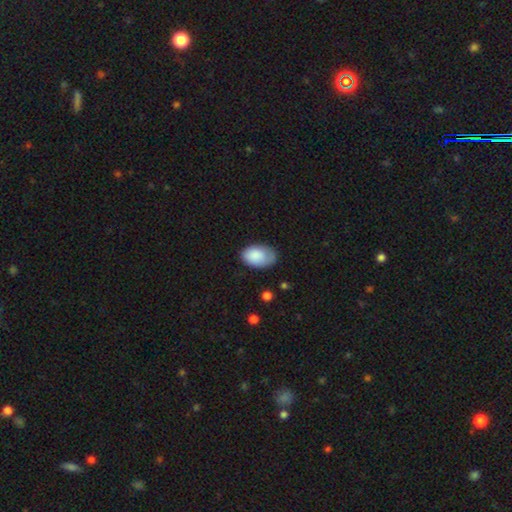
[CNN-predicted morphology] A smooth galaxy with no disk features (86%) that is in between round and cigar-shaped (91%).

Vote fractions:
- Smooth or featured? smooth: 86% / featured or disk: 8% / star or artifact: 6%
- How rounded? in between: 91% / round: 8% / cigar-shaped: 1%
- Merging? none: 66% / minor disturbance: 26% / major disturbance: 6% / merger: 2%